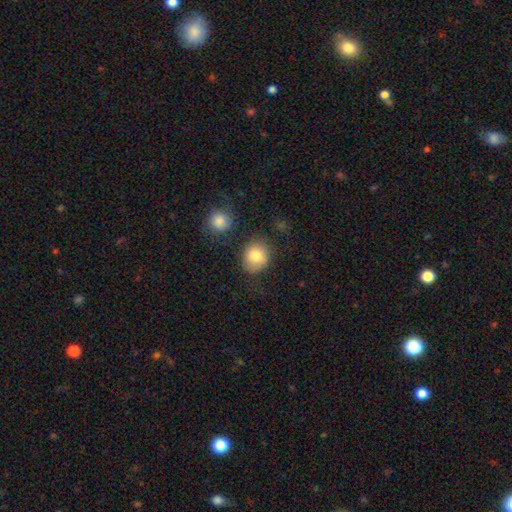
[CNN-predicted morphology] Smooth or featured: smooth — 82% (featured or disk — 10%)
How rounded: round — 69% (in between — 30%)
Merging: none — 71% (minor disturbance — 17%)